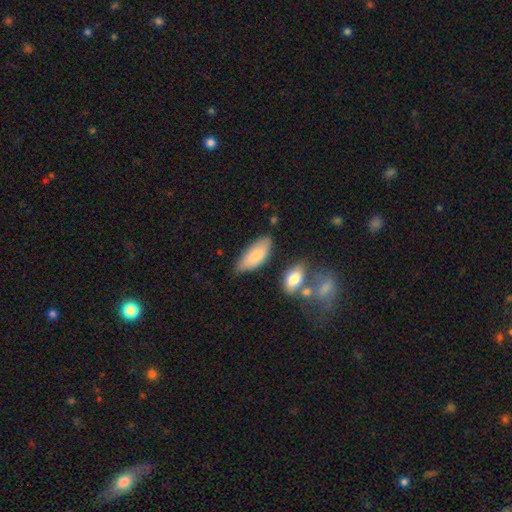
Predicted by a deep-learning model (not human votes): Smooth or featured: smooth — 83% (featured or disk — 11%)
How rounded: in between — 80% (cigar-shaped — 18%)
Merging: none — 71% (minor disturbance — 20%)